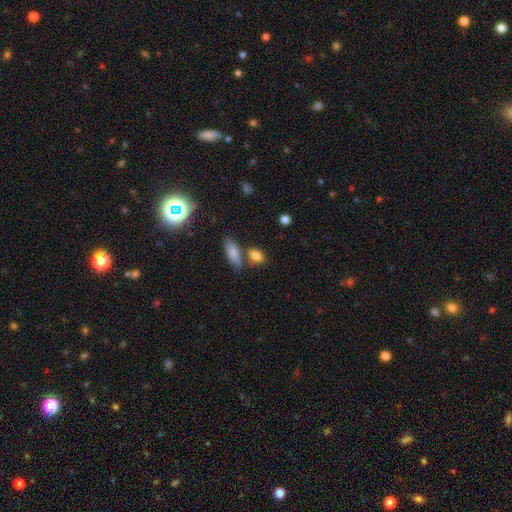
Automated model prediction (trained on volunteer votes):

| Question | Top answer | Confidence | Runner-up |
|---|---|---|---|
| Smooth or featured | smooth | 82% | star or artifact (9%) |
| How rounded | in between | 80% | round (15%) |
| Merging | none | 61% | merger (21%) |